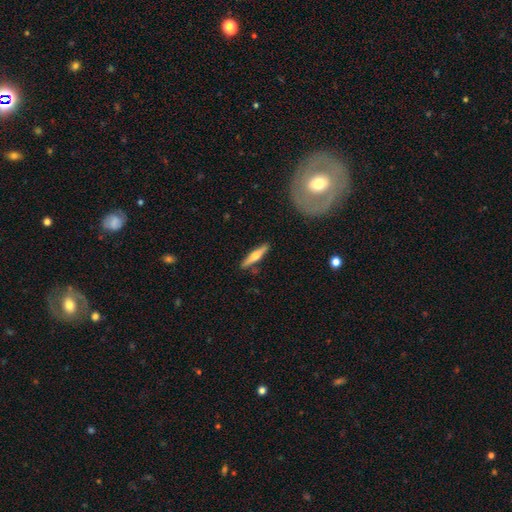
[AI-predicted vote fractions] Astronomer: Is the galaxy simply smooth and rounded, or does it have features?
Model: featured or disk — 53% (runner-up: smooth, 41%).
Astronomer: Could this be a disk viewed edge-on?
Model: yes — 95%.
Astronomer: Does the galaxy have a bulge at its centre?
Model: rounded — 91%.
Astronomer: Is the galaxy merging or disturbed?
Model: none — 87%.